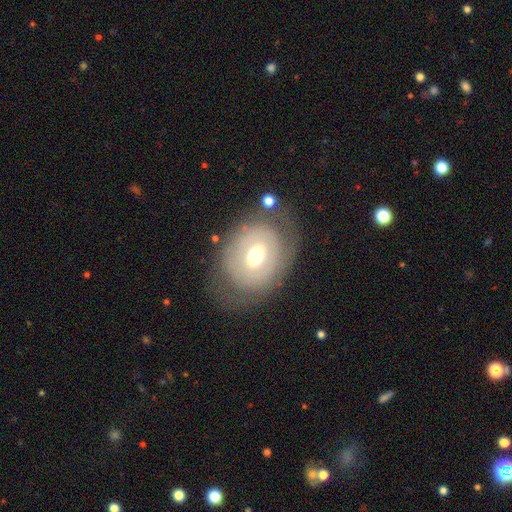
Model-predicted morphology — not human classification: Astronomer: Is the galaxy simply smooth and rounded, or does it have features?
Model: featured or disk — 51% (runner-up: smooth, 41%).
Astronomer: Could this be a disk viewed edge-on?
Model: no — 94%.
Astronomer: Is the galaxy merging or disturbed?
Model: none — 66%.